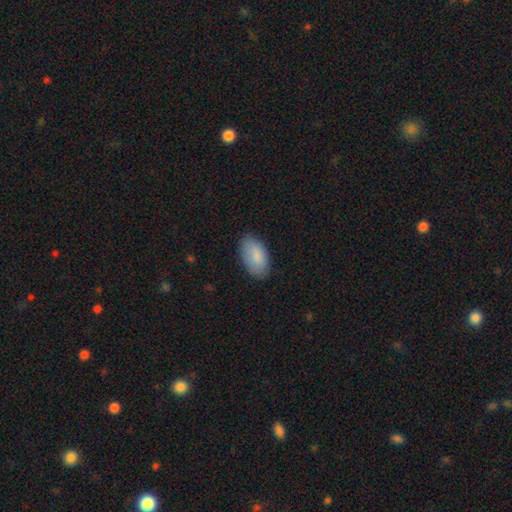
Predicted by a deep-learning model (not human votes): Smooth or featured: smooth — 87% (featured or disk — 7%)
How rounded: in between — 95% (round — 3%)
Merging: none — 83% (minor disturbance — 13%)